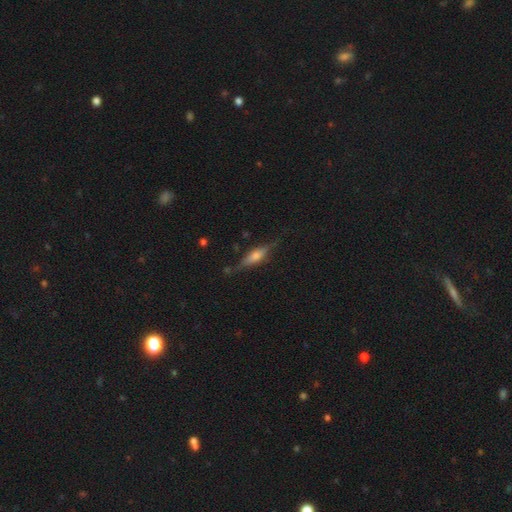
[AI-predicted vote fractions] A featured or disk galaxy (67%) viewed edge-on (95%) with a rounded central bulge (75%).

Vote fractions:
- Smooth or featured? featured or disk: 67% / smooth: 25% / star or artifact: 8%
- Edge-on disk? yes: 95% / no: 5%
- Edge-on bulge? rounded: 75% / boxy: 20% / none: 5%
- Merging? none: 78% / minor disturbance: 15% / major disturbance: 4% / merger: 2%